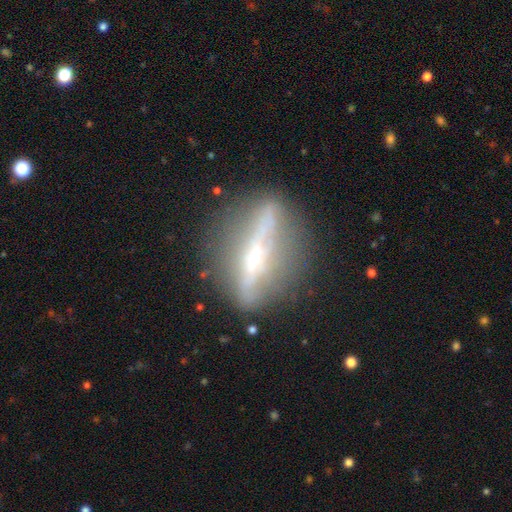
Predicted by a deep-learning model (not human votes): Smooth or featured?
  - featured or disk: 75% *
  - smooth: 16%
  - star or artifact: 9%
Edge-on disk?
  - yes: 79% *
  - no: 21%
Edge-on bulge?
  - rounded: 65% *
  - none: 24%
  - boxy: 12%
Merging?
  - none: 75% *
  - minor disturbance: 15%
  - major disturbance: 8%
  - merger: 3%